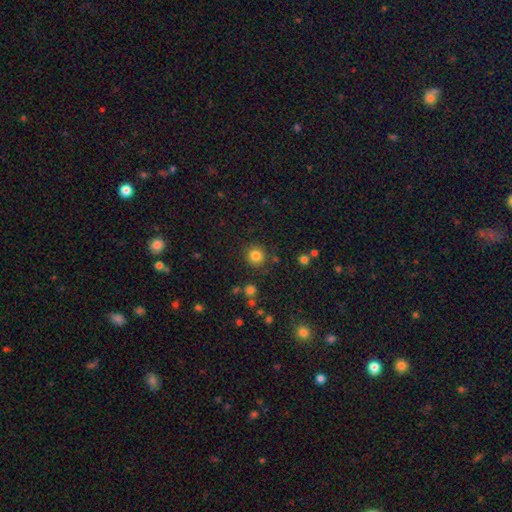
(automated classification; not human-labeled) Overall: smooth (83%). How rounded: round (92%). Merging: none (87%).